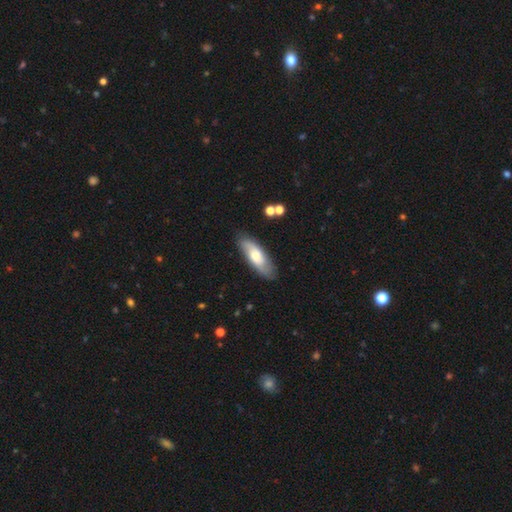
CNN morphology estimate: smooth 53%, featured or disk 41%, star or artifact 6%. Down the decision tree: how rounded — in between (64%); merging — none (82%).